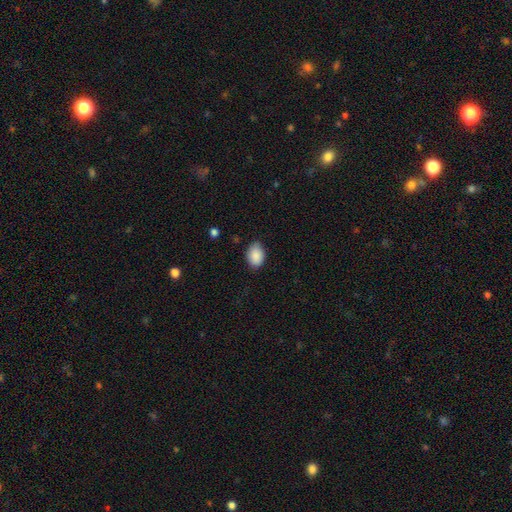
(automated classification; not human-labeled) Overall: smooth (88%). How rounded: in between (82%). Merging: none (76%).